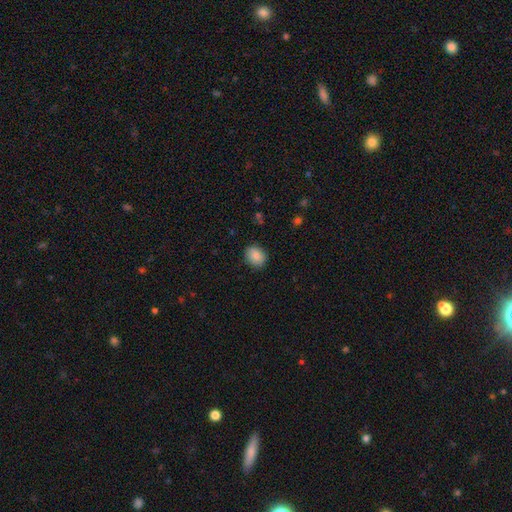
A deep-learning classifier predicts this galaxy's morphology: Smooth or featured: smooth — 87% (star or artifact — 8%)
How rounded: in between — 51% (round — 48%)
Merging: none — 87% (minor disturbance — 10%)